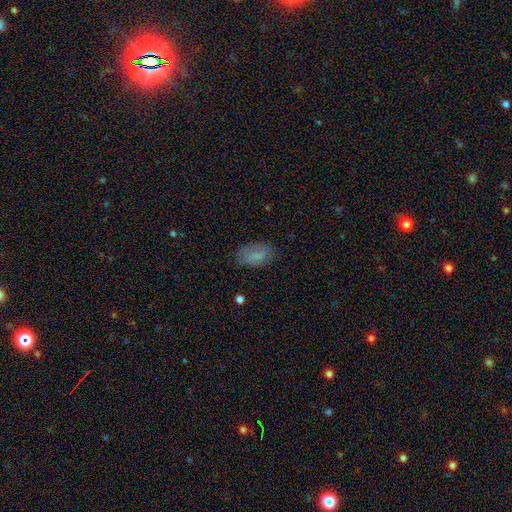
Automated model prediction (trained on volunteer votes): Smooth or featured? Predicted: smooth (p=0.76). How rounded? Predicted: in between (p=0.92). Merging? Predicted: none (p=0.75).